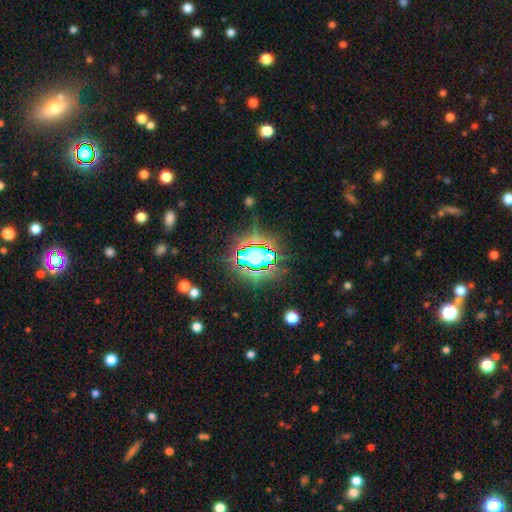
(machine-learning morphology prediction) Q: Smooth or featured?
A: star or artifact (65%); runner-up: smooth (21%)